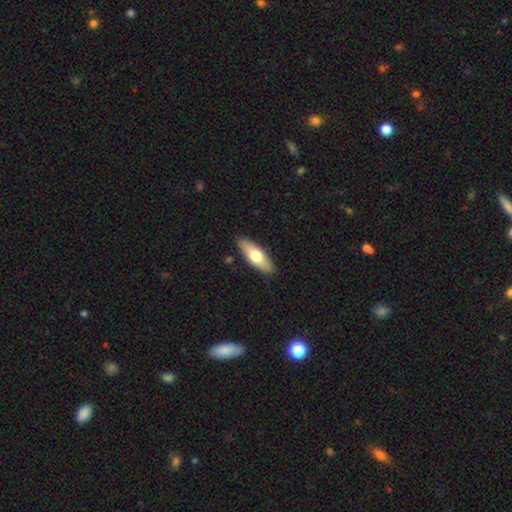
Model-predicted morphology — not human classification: smooth-or-featured: smooth: 64% | featured or disk: 30% | star or artifact: 5%
  how-rounded: in between: 65% | cigar-shaped: 33% | round: 2%
  merging: none: 88% | minor disturbance: 9% | major disturbance: 2% | merger: 1%